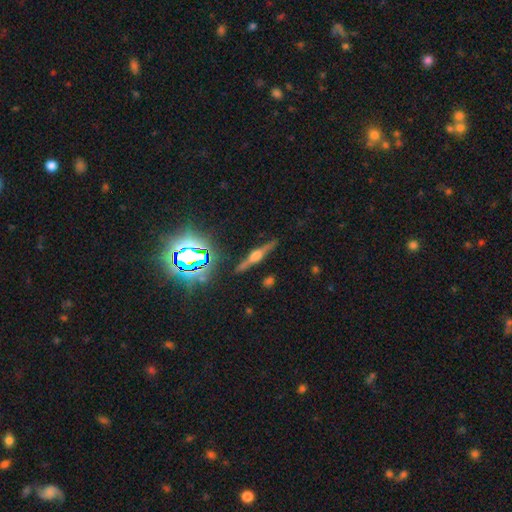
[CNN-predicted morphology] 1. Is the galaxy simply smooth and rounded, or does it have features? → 73% featured or disk, 14% smooth, 13% star or artifact.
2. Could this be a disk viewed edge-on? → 97% yes, 3% no.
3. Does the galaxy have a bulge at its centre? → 86% rounded, 12% boxy, 3% none.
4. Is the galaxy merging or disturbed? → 87% none, 9% minor disturbance, 2% major disturbance, 2% merger.